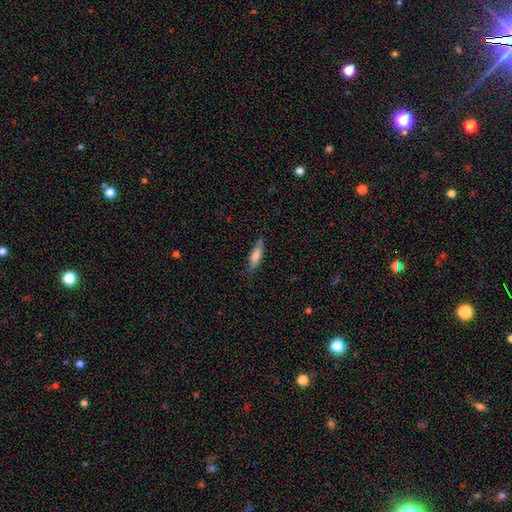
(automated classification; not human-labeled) smooth_or_featured: smooth (p=0.75) [alt: featured or disk p=0.19]
how_rounded: cigar-shaped (p=0.58) [alt: in between p=0.40]
merging: none (p=0.79) [alt: minor disturbance p=0.17]